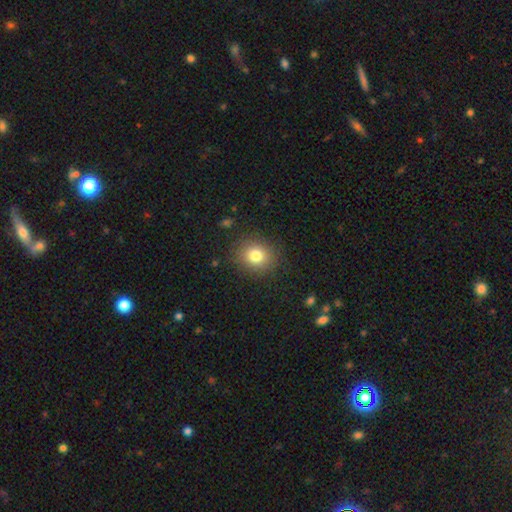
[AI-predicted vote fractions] The model was most divided on "how rounded": round: 75%, in between: 24%, cigar-shaped: 1%. More confident: merging — none (87%); smooth or featured — smooth (80%).